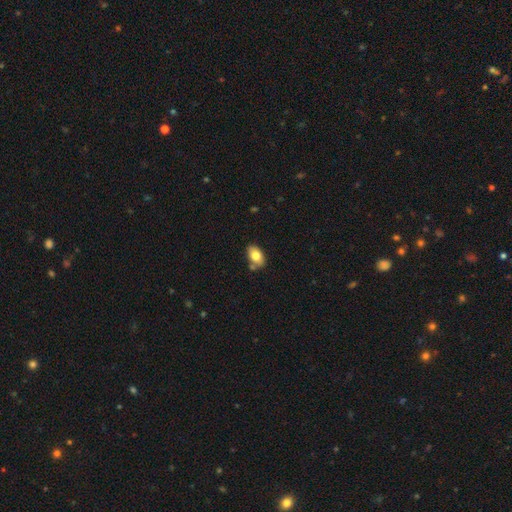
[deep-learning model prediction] A smooth galaxy with no disk features (77%) that is in between round and cigar-shaped (91%). Merging: none (71%).